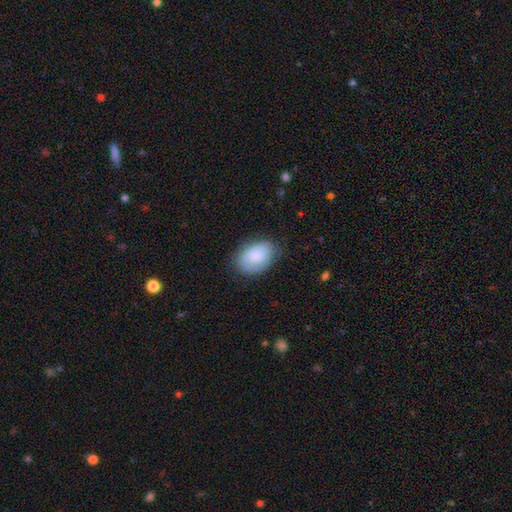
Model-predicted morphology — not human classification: smooth 83%, featured or disk 10%, star or artifact 7%. Down the decision tree: how rounded — in between (88%); merging — none (76%).